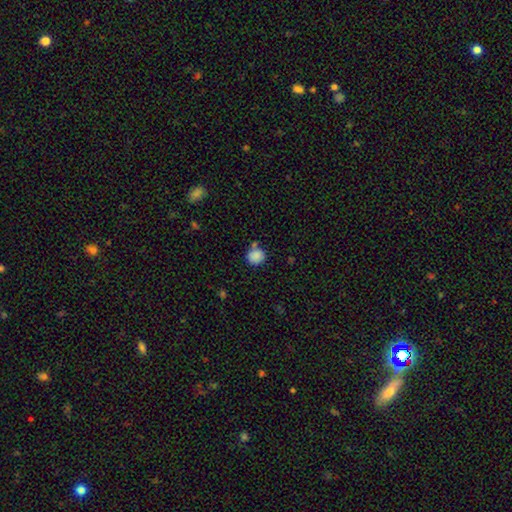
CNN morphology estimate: type=smooth (87%); roundness=round (80%); merging=none (70%).